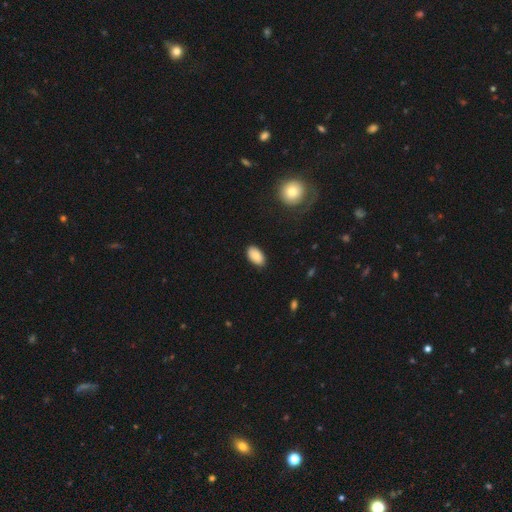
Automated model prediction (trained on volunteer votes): smooth_or_featured: smooth (p=0.86) [alt: star or artifact p=0.07]
how_rounded: in between (p=0.94) [alt: round p=0.04]
merging: none (p=0.85) [alt: minor disturbance p=0.11]